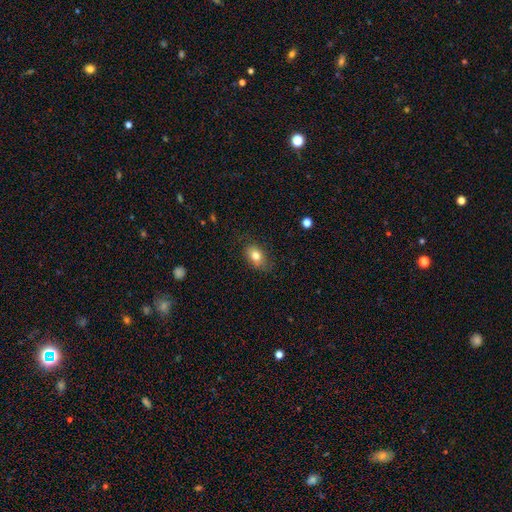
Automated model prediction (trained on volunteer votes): Q: Smooth or featured?
A: smooth (79%); runner-up: featured or disk (12%)
Q: How rounded?
A: in between (83%); runner-up: round (15%)
Q: Merging?
A: none (76%); runner-up: minor disturbance (18%)